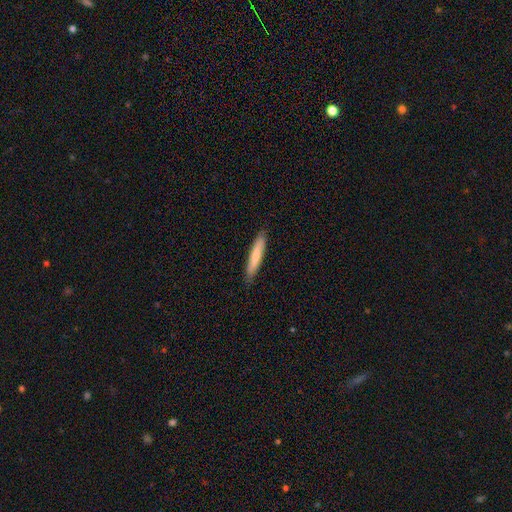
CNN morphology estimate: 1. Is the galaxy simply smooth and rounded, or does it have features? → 75% smooth, 20% featured or disk, 5% star or artifact.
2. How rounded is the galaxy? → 93% cigar-shaped, 6% in between, 1% round.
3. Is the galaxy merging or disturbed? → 88% none, 9% minor disturbance, 2% major disturbance, 1% merger.